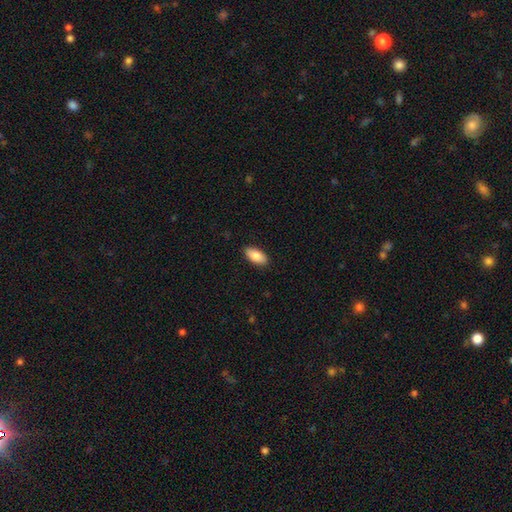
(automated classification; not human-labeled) smooth 84%, featured or disk 10%, star or artifact 6%. Down the decision tree: how rounded — in between (91%); merging — none (89%).